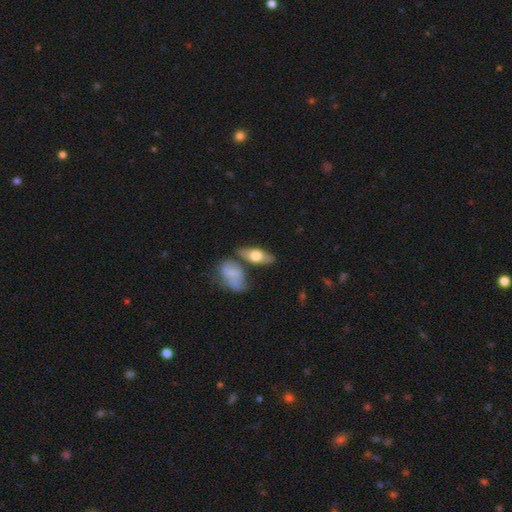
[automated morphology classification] A smooth galaxy with no disk features (59%) that is in between round and cigar-shaped (77%). Merging: none (64%).